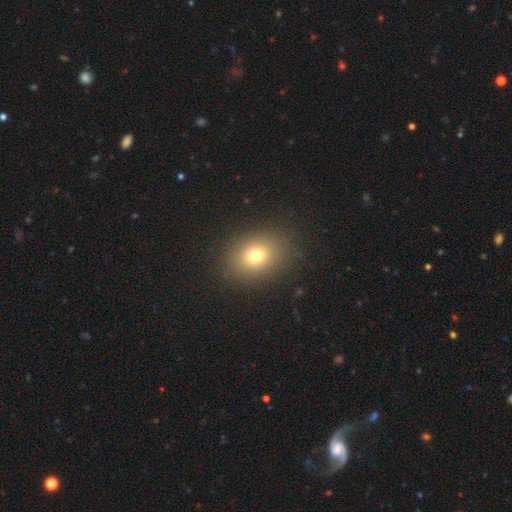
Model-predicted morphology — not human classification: This is likely a smooth galaxy (75%). How rounded: possibly in between (55%). Merging: clearly none (88%).